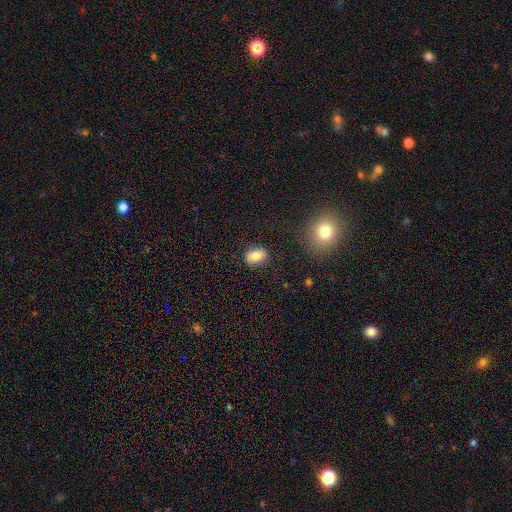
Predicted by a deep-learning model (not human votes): A smooth galaxy with no disk features (79%) that is in between round and cigar-shaped (73%).

Vote fractions:
- Smooth or featured? smooth: 79% / featured or disk: 11% / star or artifact: 9%
- How rounded? in between: 73% / round: 26% / cigar-shaped: 2%
- Merging? none: 85% / minor disturbance: 11% / major disturbance: 3% / merger: 2%